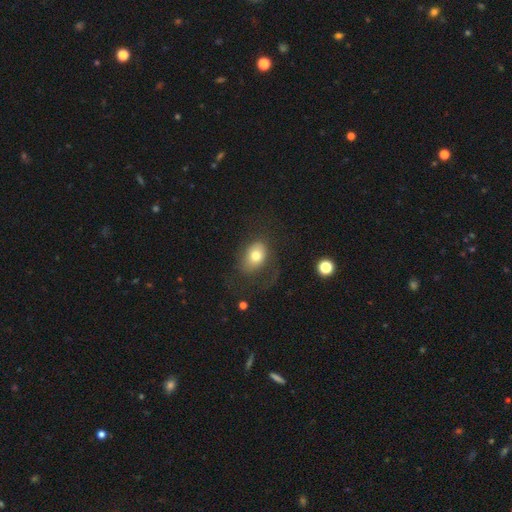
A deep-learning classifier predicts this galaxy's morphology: This appears to be a smooth galaxy with no disk features (70%) that is in between round and cigar-shaped (79%). Merging: none (51%).